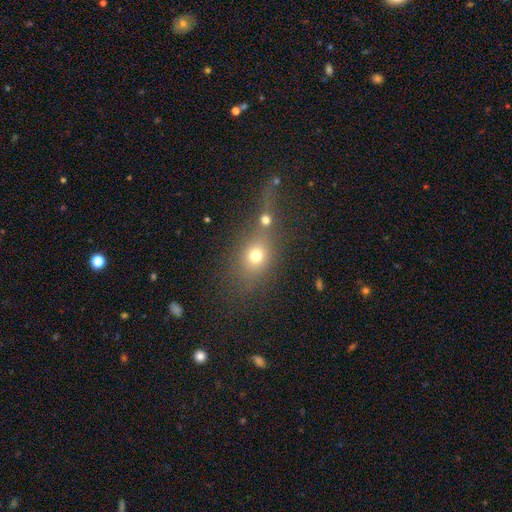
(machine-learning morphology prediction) A smooth galaxy with no disk features (69%) that is round (56%).

Vote fractions:
- Smooth or featured? smooth: 69% / star or artifact: 17% / featured or disk: 14%
- How rounded? round: 56% / in between: 42% / cigar-shaped: 3%
- Merging? none: 41% (tied) / merger: 41% (tied) / minor disturbance: 9% / major disturbance: 9%